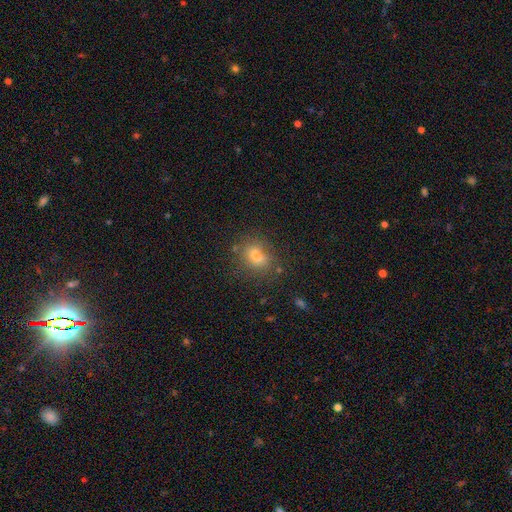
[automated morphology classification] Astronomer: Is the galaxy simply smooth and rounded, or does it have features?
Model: smooth — 71%.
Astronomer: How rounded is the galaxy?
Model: round — 49%, tied with in between at 49%.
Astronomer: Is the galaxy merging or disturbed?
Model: none — 63%.